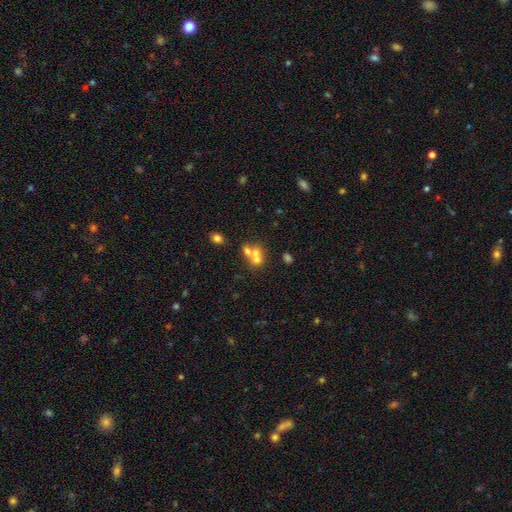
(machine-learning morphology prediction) smooth-or-featured: smooth: 59% | featured or disk: 26% | star or artifact: 16%
  how-rounded: round: 61% | in between: 38% | cigar-shaped: 2%
  merging: merger: 63% | none: 27% | minor disturbance: 6% | major disturbance: 5%